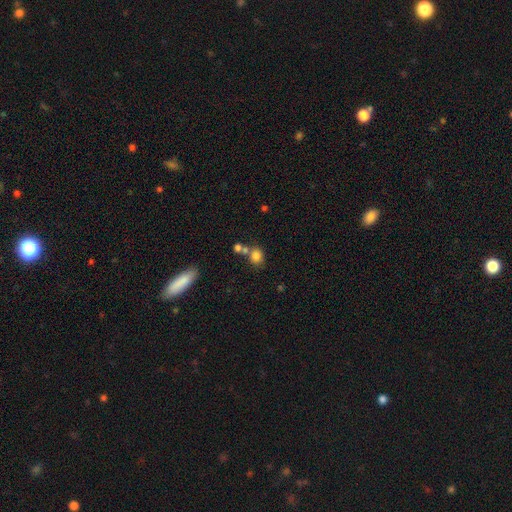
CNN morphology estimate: A smooth galaxy with no disk features (80%) that is round (67%). Merging: none (58%).